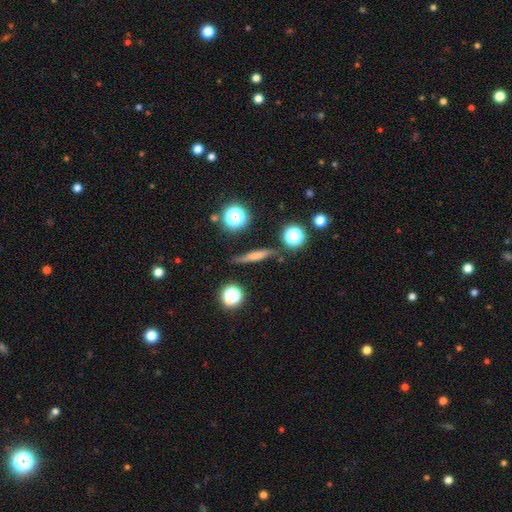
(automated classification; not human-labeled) This is possibly a smooth galaxy (51%). How rounded: clearly cigar-shaped (82%). Merging: clearly none (81%).